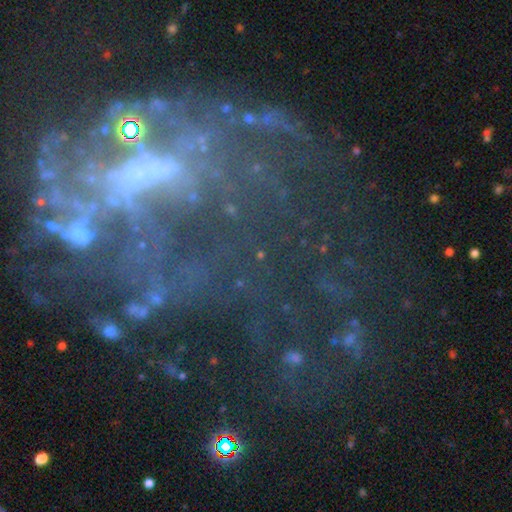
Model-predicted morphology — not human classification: featured or disk 66%, star or artifact 23%, smooth 11%. Down the decision tree: edge-on disk — no (96%); bar — no (58%); spiral arms — no (65%); bulge size — none (49%); merging — none (39%).